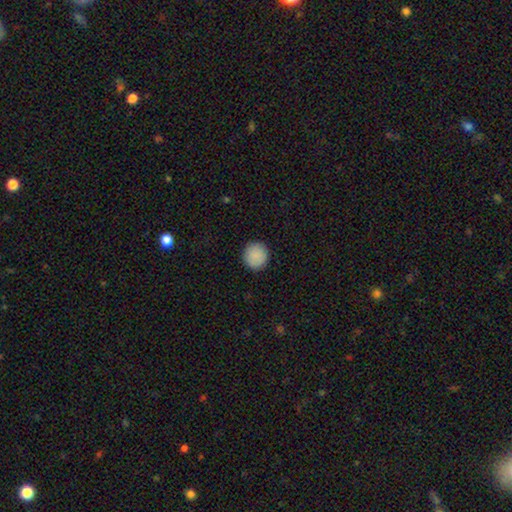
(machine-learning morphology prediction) smooth-or-featured: smooth: 90% | star or artifact: 7% | featured or disk: 3%
  how-rounded: round: 93% | in between: 6% | cigar-shaped: 1%
  merging: none: 92% | minor disturbance: 6% | major disturbance: 2% | merger: 1%